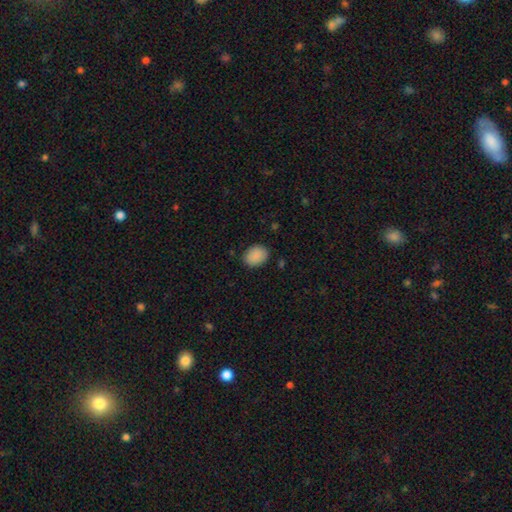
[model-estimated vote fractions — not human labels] A smooth galaxy with no disk features (89%) that is in between round and cigar-shaped (65%).

Vote fractions:
- Smooth or featured? smooth: 89% / star or artifact: 7% / featured or disk: 3%
- How rounded? in between: 65% / round: 35% / cigar-shaped: 1%
- Merging? none: 84% / minor disturbance: 12% / major disturbance: 3% / merger: 1%